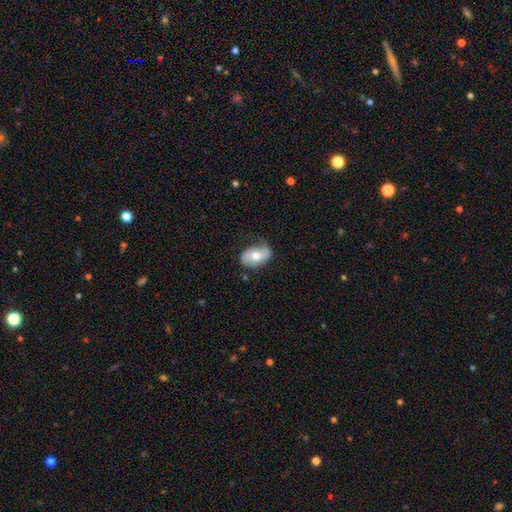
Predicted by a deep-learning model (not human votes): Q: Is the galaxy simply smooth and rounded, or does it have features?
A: smooth — 57%.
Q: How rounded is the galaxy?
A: in between — 88%.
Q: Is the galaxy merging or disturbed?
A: none — 64%.